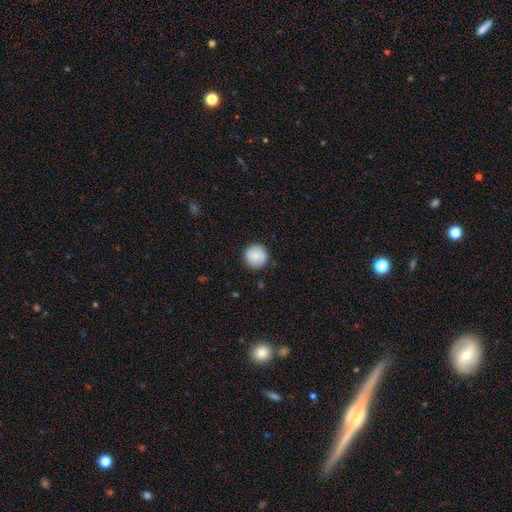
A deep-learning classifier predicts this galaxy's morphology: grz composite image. It shows a smooth galaxy with no disk features (85%) that is round (95%). Merging: none (89%).